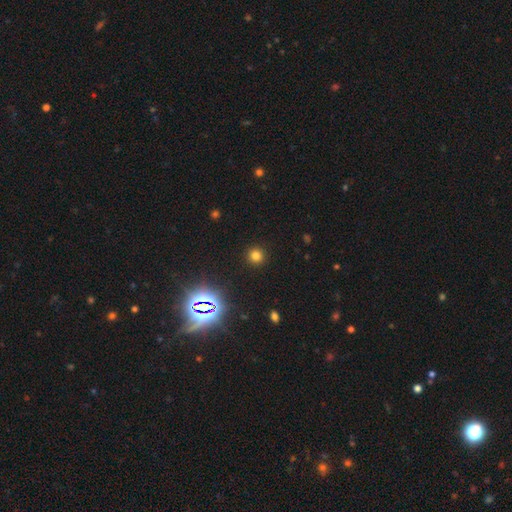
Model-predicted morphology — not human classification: Smooth or featured?
  - smooth: 74% *
  - star or artifact: 21%
  - featured or disk: 5%
How rounded?
  - round: 93% *
  - in between: 6%
  - cigar-shaped: 1%
Merging?
  - none: 91% *
  - minor disturbance: 5%
  - major disturbance: 2%
  - merger: 1%